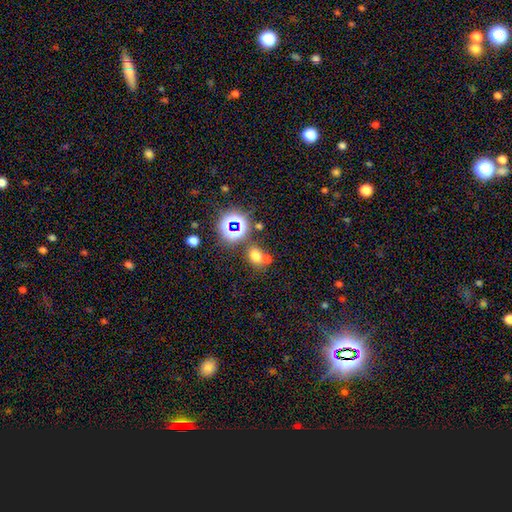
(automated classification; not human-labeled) smooth_or_featured: smooth (p=0.63) [alt: star or artifact p=0.26]
how_rounded: round (p=0.63) [alt: in between p=0.36]
merging: none (p=0.55) [alt: merger p=0.30]